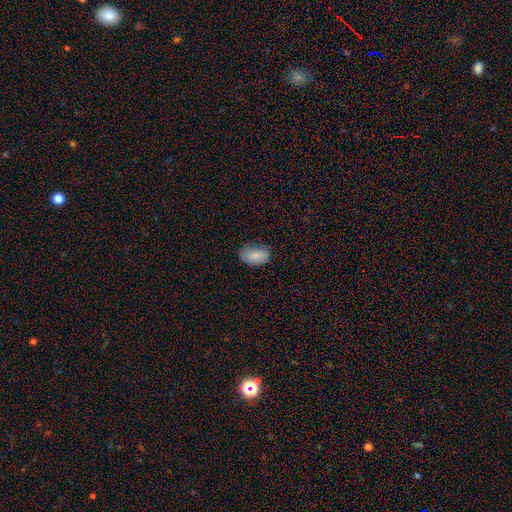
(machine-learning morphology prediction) smooth 82%, featured or disk 10%, star or artifact 8%. Down the decision tree: how rounded — in between (89%); merging — none (71%).